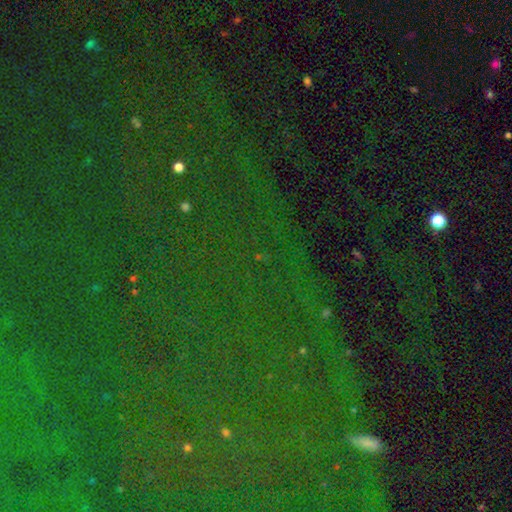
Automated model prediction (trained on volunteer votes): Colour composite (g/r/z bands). It shows a star or artifact, not a galaxy (84%).